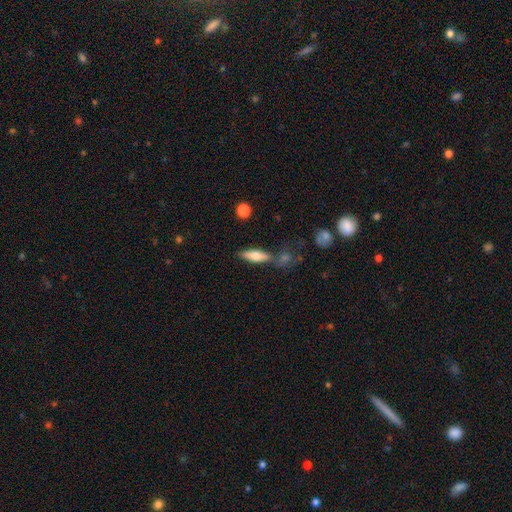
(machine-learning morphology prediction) A smooth galaxy with no disk features (64%) that is cigar-shaped (50%). Merging: none (68%).